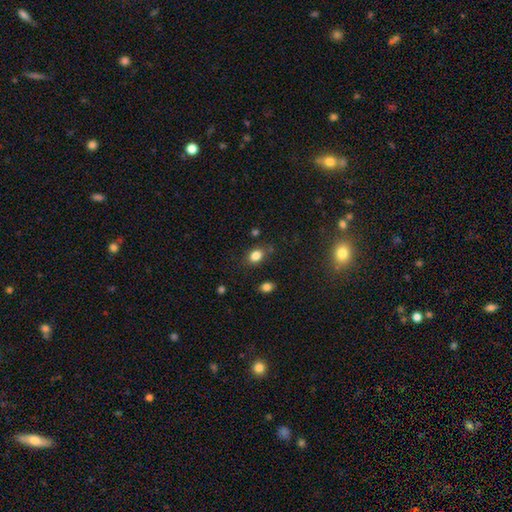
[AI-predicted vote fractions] The model was most divided on "how rounded": in between: 69%, round: 29%, cigar-shaped: 1%. More confident: smooth or featured — smooth (83%); merging — none (77%).